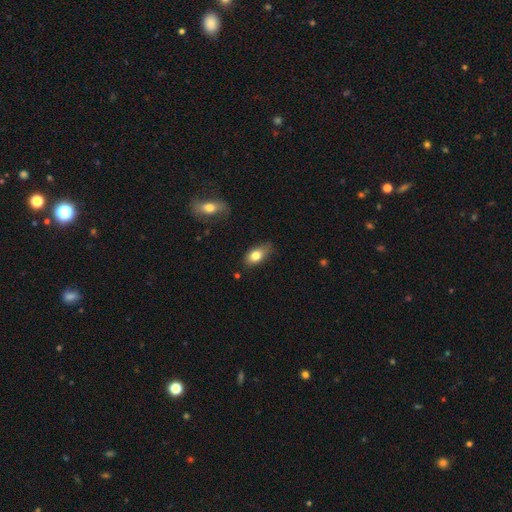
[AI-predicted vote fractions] Smooth or featured: smooth — 78% (featured or disk — 14%)
How rounded: in between — 86% (round — 8%)
Merging: none — 69% (minor disturbance — 24%)